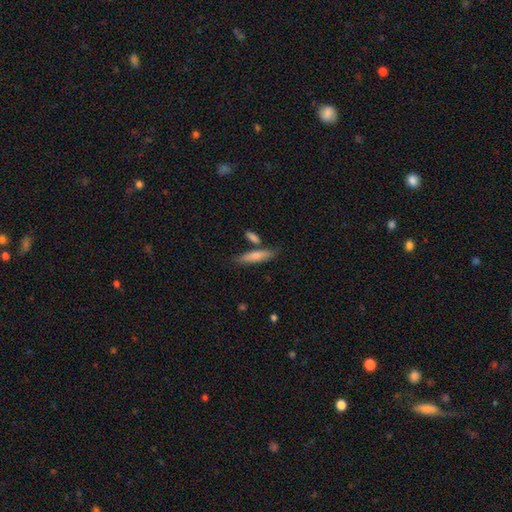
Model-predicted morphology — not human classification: The model was most divided on "how rounded": cigar-shaped: 72%, in between: 26%, round: 2%. More confident: smooth or featured — smooth (79%); merging — none (71%).